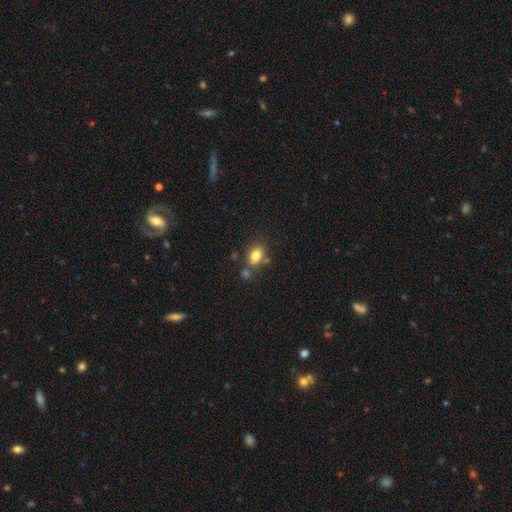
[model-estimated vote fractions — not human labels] Smooth or featured? smooth (82%)
How rounded? in between (73%)
Merging? none (66%)